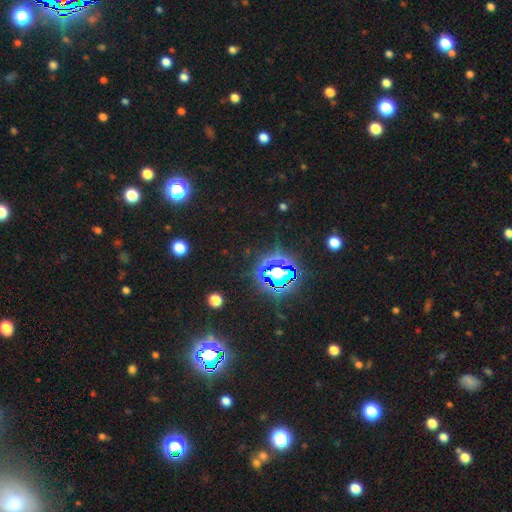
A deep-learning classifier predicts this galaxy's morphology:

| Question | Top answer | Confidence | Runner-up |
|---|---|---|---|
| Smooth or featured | star or artifact | 77% | smooth (15%) |